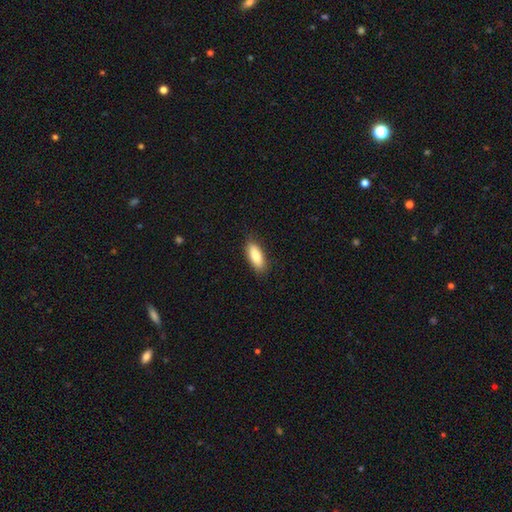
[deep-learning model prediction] smooth 86%, featured or disk 8%, star or artifact 6%. Down the decision tree: how rounded — in between (76%); merging — none (86%).